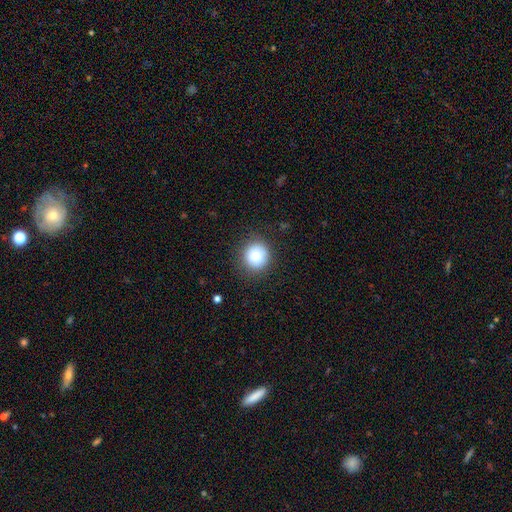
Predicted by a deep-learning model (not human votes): Smooth or featured? Predicted: smooth (p=0.79). How rounded? Predicted: round (p=0.90). Merging? Predicted: none (p=0.85).